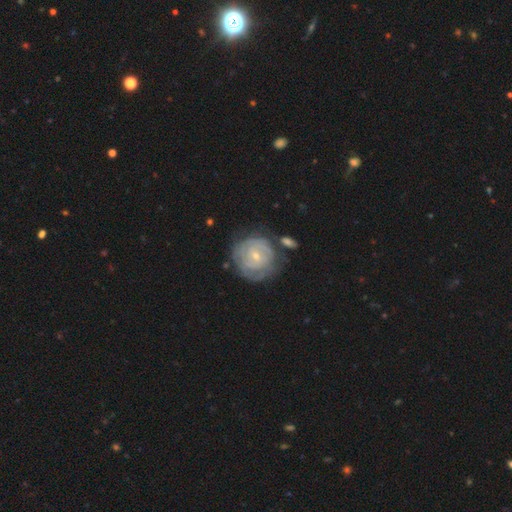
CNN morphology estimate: A featured or disk galaxy (70%) with no bar (63%), tight (79%) spiral arms (79%) and a small central bulge (71%).

Vote fractions:
- Smooth or featured? featured or disk: 70% / smooth: 24% / star or artifact: 6%
- Edge-on disk? no: 97% / yes: 3%
- Bar? no: 63% / weak: 31% / strong: 6%
- Spiral arms? yes: 79% / no: 21%
- Spiral winding? tight: 79% / medium: 16% / loose: 6%
- Spiral arm count? can't tell: 58% / 2: 17% / 3: 10% / 4: 7% / 1: 5% / more than 4: 4%
- Bulge size? small: 71% / moderate: 25% / none: 2% / large: 1% / dominant: 1%
- Merging? none: 63% / minor disturbance: 20% / major disturbance: 9% / merger: 7%